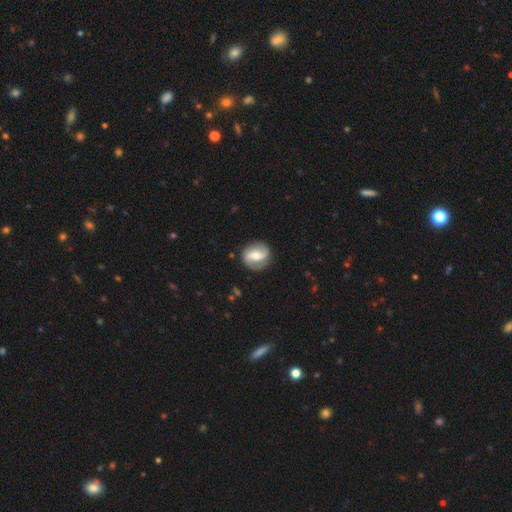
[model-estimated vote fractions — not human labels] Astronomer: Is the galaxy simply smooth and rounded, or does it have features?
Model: featured or disk — 75%.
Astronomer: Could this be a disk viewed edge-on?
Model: no — 97%.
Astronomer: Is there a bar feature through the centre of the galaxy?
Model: weak — 42% (runner-up: no, 29%).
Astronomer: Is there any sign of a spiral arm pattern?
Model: yes — 91%.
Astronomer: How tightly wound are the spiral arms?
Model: medium — 43% (runner-up: loose, 29%).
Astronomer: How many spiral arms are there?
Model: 2 — 89%.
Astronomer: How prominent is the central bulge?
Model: moderate — 64%.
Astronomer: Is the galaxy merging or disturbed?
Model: none — 84%.